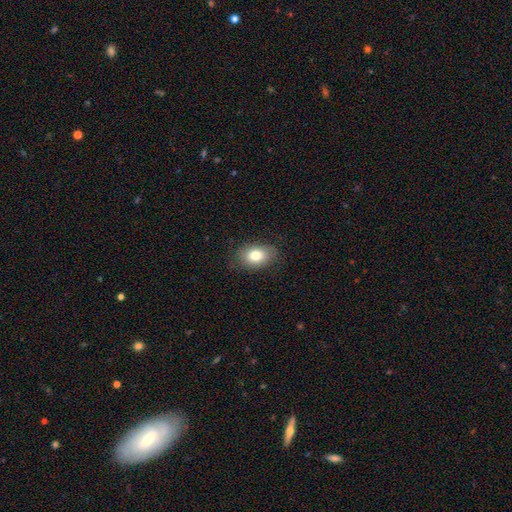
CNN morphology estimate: Q: Smooth or featured?
A: smooth (79%); runner-up: featured or disk (12%)
Q: How rounded?
A: in between (80%); runner-up: round (19%)
Q: Merging?
A: none (82%); runner-up: minor disturbance (14%)